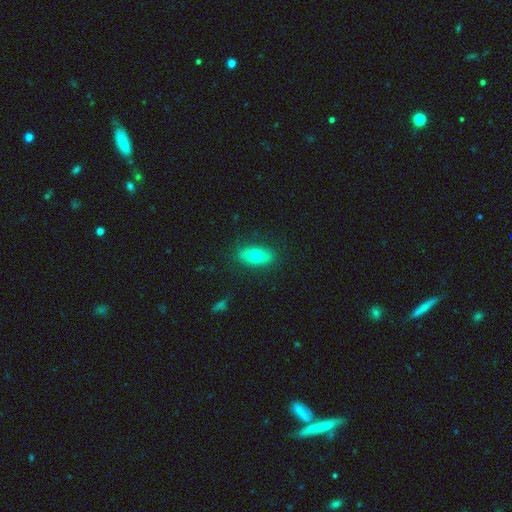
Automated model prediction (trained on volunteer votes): A smooth galaxy with no disk features (73%) that is in between round and cigar-shaped (84%). Merging: none (83%).